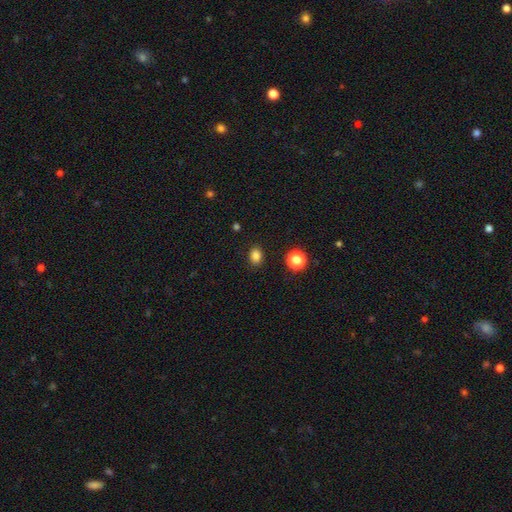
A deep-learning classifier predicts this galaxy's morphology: A smooth galaxy with no disk features (83%) that is in between round and cigar-shaped (52%). Merging: none (88%).